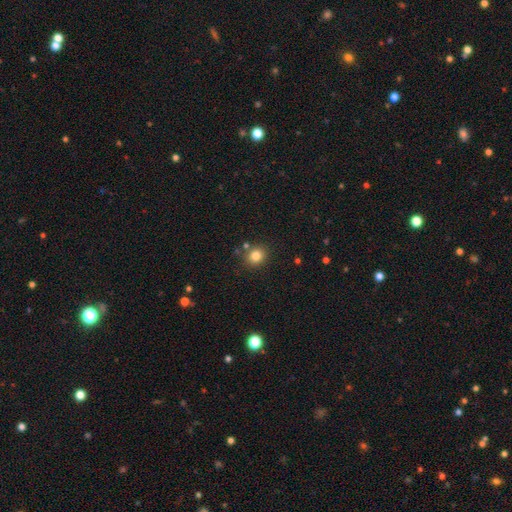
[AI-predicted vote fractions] A smooth galaxy with no disk features (82%) that is round (79%). Merging: none (81%).